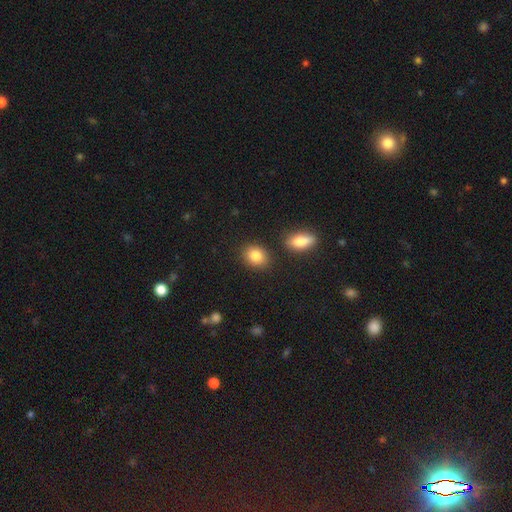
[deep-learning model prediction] A smooth galaxy with no disk features (86%) that is in between round and cigar-shaped (52%). Merging: none (81%).